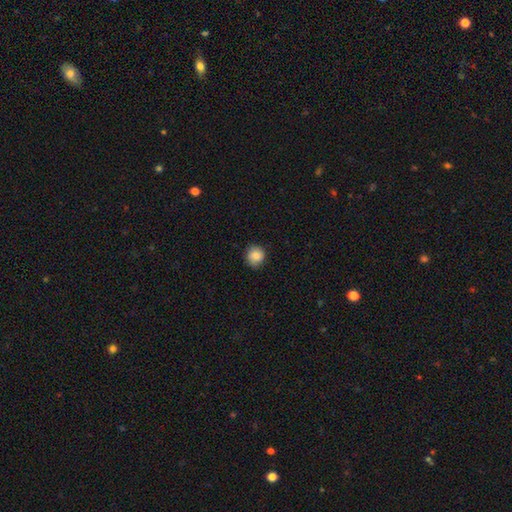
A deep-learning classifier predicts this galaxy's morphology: A smooth galaxy with no disk features (87%) that is round (90%). Merging: none (82%).